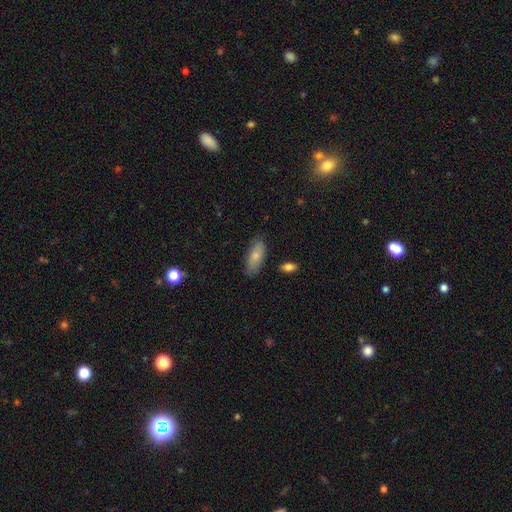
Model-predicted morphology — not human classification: A smooth galaxy with no disk features (77%) that is in between round and cigar-shaped (78%).

Vote fractions:
- Smooth or featured? smooth: 77% / featured or disk: 16% / star or artifact: 6%
- How rounded? in between: 78% / cigar-shaped: 19% / round: 2%
- Merging? none: 79% / minor disturbance: 16% / major disturbance: 3% / merger: 2%